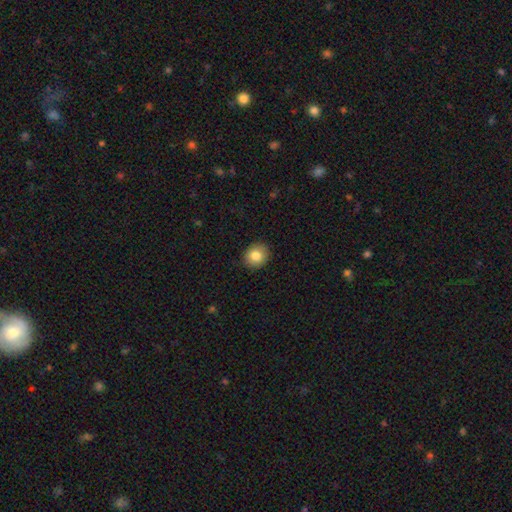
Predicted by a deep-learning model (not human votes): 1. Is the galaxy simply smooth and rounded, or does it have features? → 82% smooth, 9% star or artifact, 9% featured or disk.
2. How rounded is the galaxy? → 71% round, 28% in between, 1% cigar-shaped.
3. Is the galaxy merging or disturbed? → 90% none, 7% minor disturbance, 2% major disturbance, 1% merger.